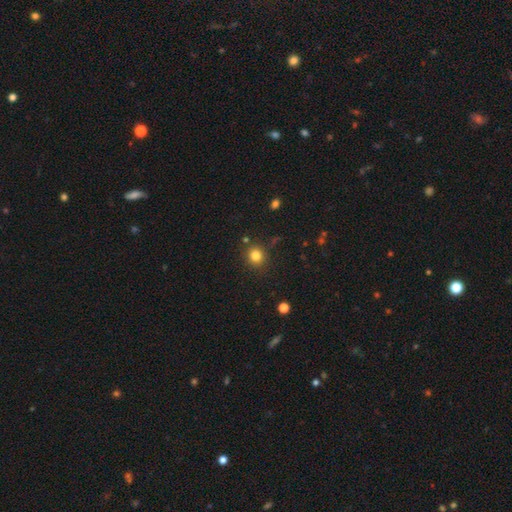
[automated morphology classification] Smooth or featured? smooth (82%)
How rounded? round (82%)
Merging? none (85%)